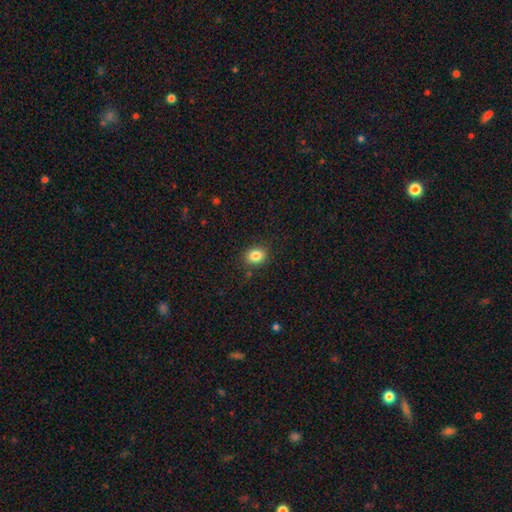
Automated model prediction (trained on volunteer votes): A smooth galaxy with no disk features (83%) that is round (51%). Merging: none (87%).